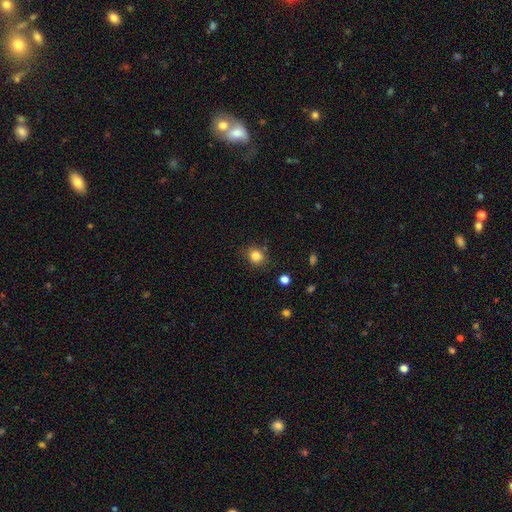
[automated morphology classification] The model was most divided on "how rounded": round: 76%, in between: 23%, cigar-shaped: 1%. More confident: smooth or featured — smooth (82%); merging — none (79%).